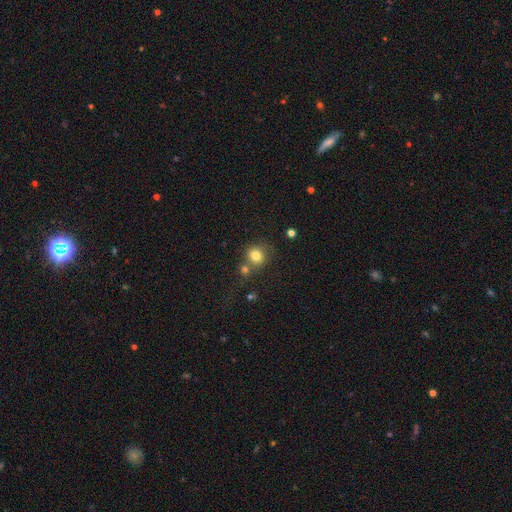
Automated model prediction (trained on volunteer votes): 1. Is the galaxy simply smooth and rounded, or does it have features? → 79% smooth, 12% star or artifact, 8% featured or disk.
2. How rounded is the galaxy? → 83% round, 16% in between, 1% cigar-shaped.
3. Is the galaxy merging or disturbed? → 58% none, 24% merger, 12% minor disturbance, 5% major disturbance.